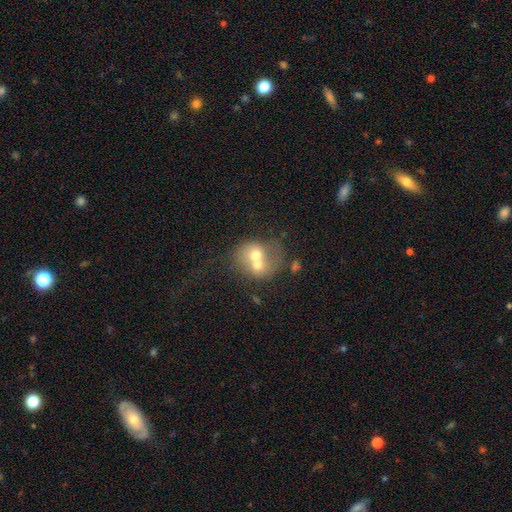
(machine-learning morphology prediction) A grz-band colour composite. It shows a smooth galaxy with no disk features (58%) that is round (67%). Merging: merger (71%).